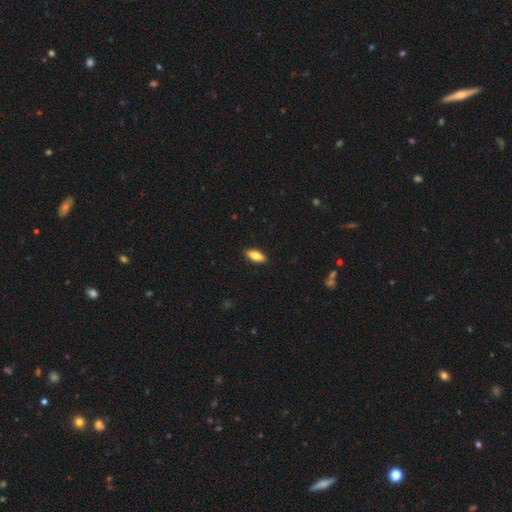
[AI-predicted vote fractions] smooth 74%, featured or disk 20%, star or artifact 6%. Down the decision tree: how rounded — in between (76%); merging — none (90%).